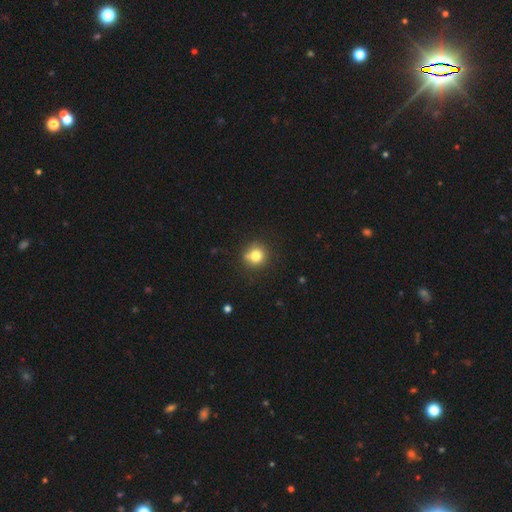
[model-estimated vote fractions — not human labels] Smooth or featured? Predicted: smooth (p=0.79). How rounded? Predicted: round (p=0.90). Merging? Predicted: none (p=0.79).